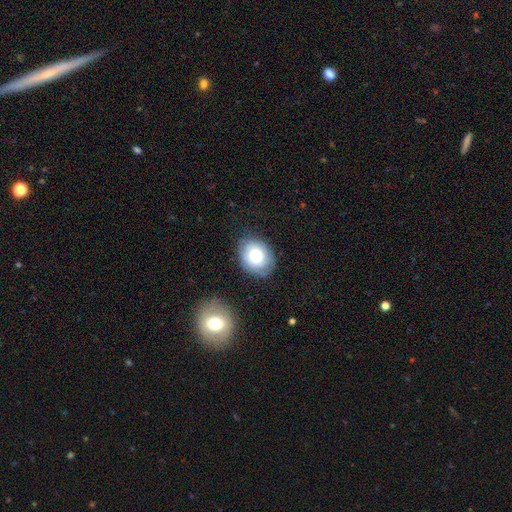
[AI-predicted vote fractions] Morphology: type=smooth (64%); roundness=in between (55%); merging=none (76%).